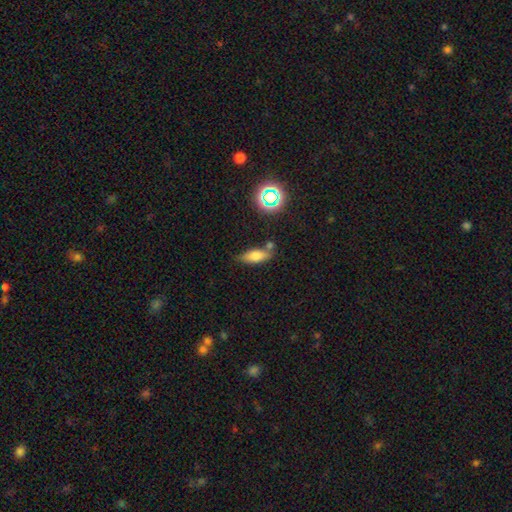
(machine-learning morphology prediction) Smooth or featured: smooth — 68% (featured or disk — 20%)
How rounded: in between — 68% (cigar-shaped — 28%)
Merging: none — 66% (minor disturbance — 18%)